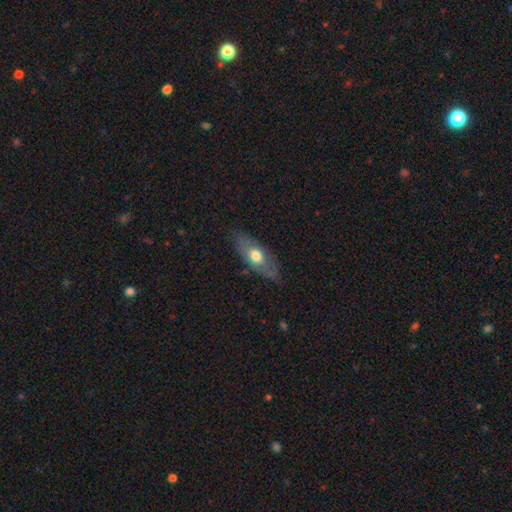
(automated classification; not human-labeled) smooth_or_featured: smooth (p=0.54) [alt: featured or disk p=0.40]
how_rounded: in between (p=0.80) [alt: cigar-shaped p=0.16]
merging: none (p=0.77) [alt: minor disturbance p=0.17]